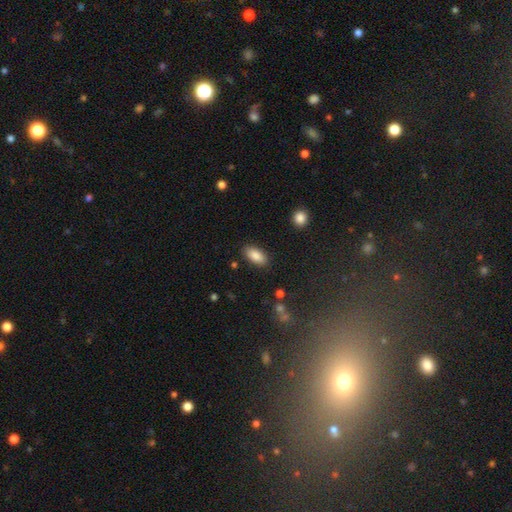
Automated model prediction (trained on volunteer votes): Smooth or featured? smooth (87%)
How rounded? in between (90%)
Merging? none (87%)